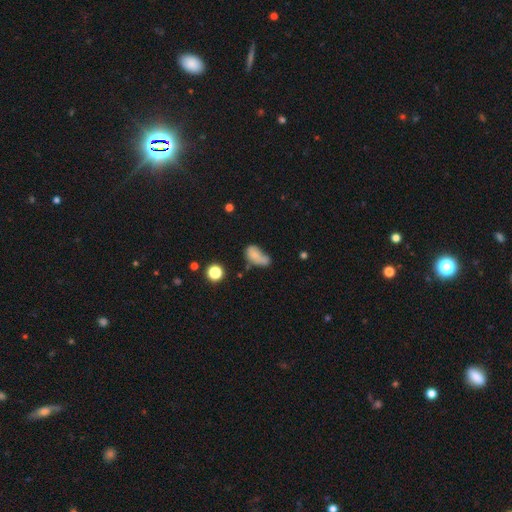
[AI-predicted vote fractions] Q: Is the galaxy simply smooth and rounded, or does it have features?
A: smooth — 69%.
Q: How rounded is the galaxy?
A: in between — 85%.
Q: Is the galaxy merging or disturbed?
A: minor disturbance — 28%, tied with none.